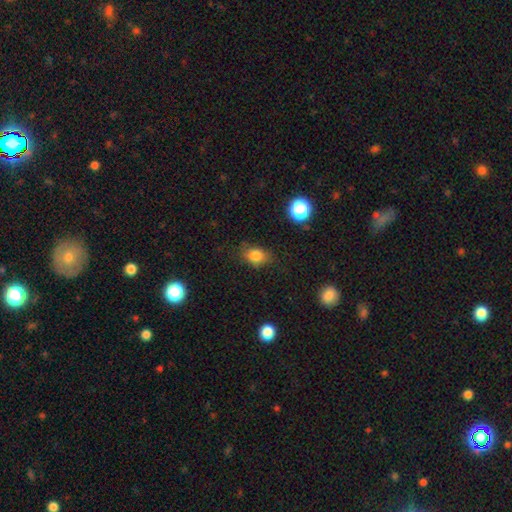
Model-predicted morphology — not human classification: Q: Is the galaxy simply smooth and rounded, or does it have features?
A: smooth — 82%.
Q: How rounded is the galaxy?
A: in between — 63%.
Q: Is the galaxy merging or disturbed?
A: none — 73%.